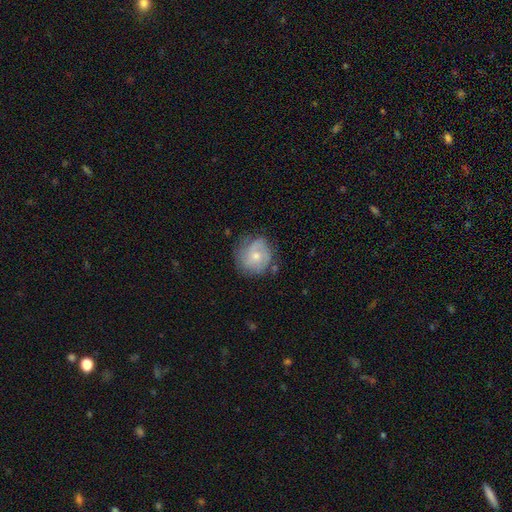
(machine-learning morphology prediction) The model was most divided on "smooth or featured": featured or disk: 54%, smooth: 39%, star or artifact: 7%. More confident: edge-on disk — no (97%); spiral arms — yes (77%); bar — no (76%); merging — none (64%); bulge size — moderate (55%).